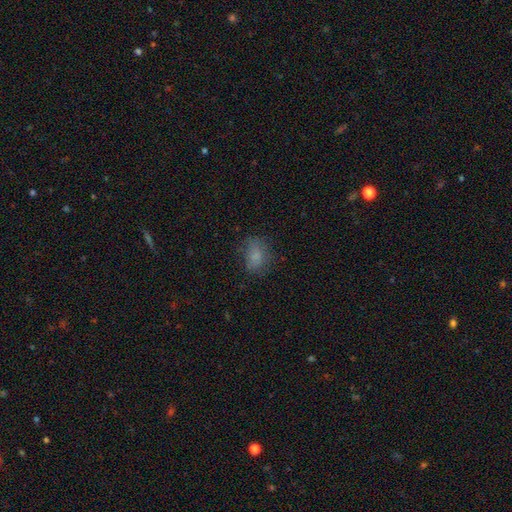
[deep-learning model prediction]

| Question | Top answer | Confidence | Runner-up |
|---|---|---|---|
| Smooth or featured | smooth | 76% | star or artifact (13%) |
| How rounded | in between | 71% | round (27%) |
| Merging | none | 64% | minor disturbance (23%) |